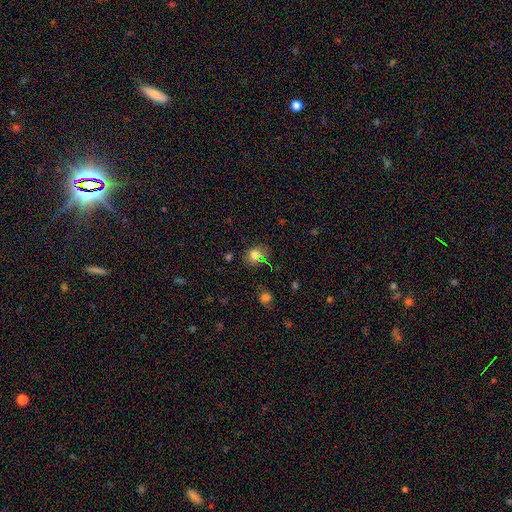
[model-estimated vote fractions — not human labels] A smooth galaxy with no disk features (70%) that is round (73%).

Vote fractions:
- Smooth or featured? smooth: 70% / star or artifact: 23% / featured or disk: 7%
- How rounded? round: 73% / in between: 26% / cigar-shaped: 1%
- Merging? none: 77% / minor disturbance: 13% / merger: 5% / major disturbance: 5%